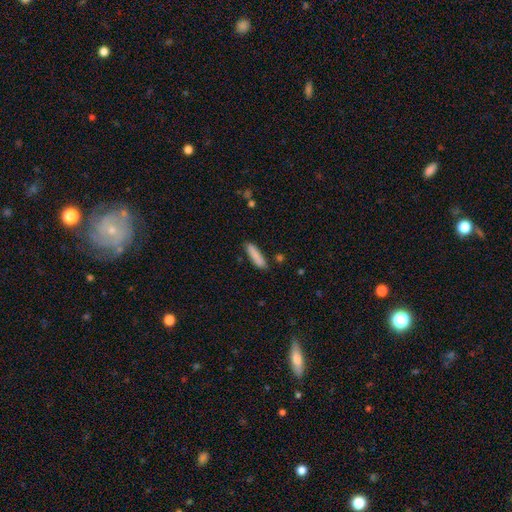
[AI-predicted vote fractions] This appears to be a smooth galaxy with no disk features (86%) that is cigar-shaped (76%). Merging: none (82%).